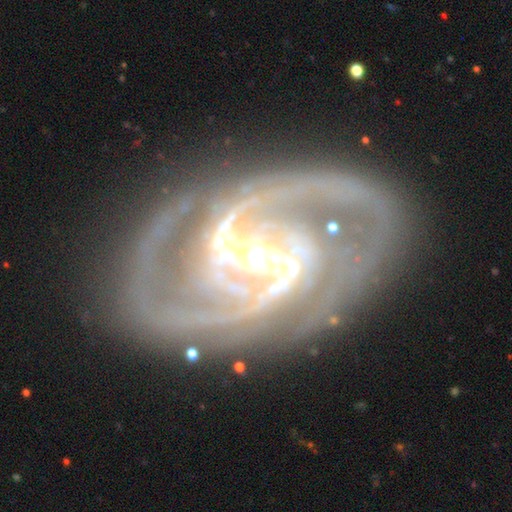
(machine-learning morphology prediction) Q: Smooth or featured?
A: featured or disk (93%); runner-up: star or artifact (4%)
Q: Edge-on disk?
A: no (97%); runner-up: yes (3%)
Q: Bar?
A: strong (47%); runner-up: weak (37%)
Q: Spiral arms?
A: yes (98%); runner-up: no (2%)
Q: Spiral winding?
A: medium (47%); runner-up: tight (46%)
Q: Spiral arm count?
A: 2 (66%); runner-up: 3 (17%)
Q: Bulge size?
A: small (53%); runner-up: moderate (42%)
Q: Merging?
A: none (77%); runner-up: minor disturbance (14%)